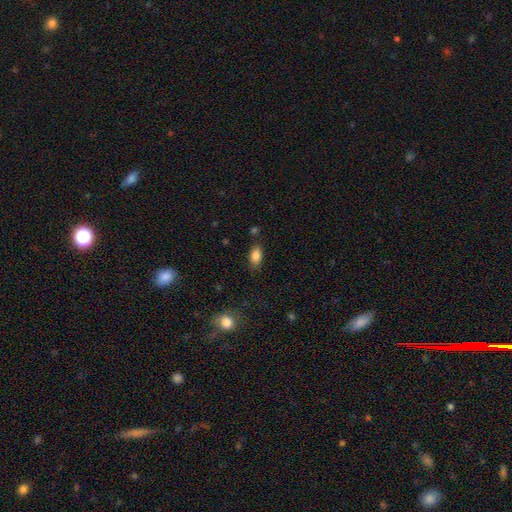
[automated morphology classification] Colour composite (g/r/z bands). It shows a smooth galaxy with no disk features (86%) that is in between round and cigar-shaped (89%). Merging: none (81%).